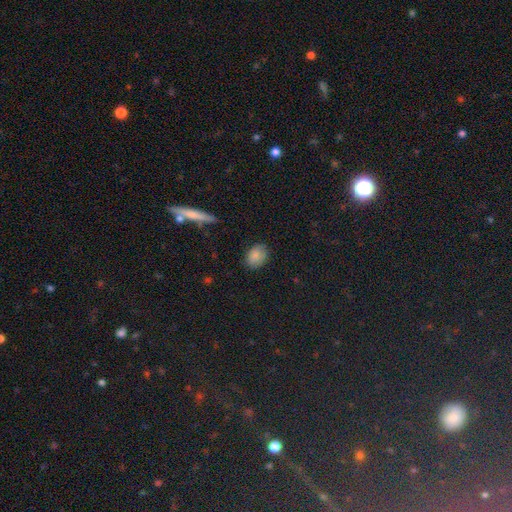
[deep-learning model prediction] Morphology: type=smooth (84%); roundness=in between (63%); merging=none (80%).